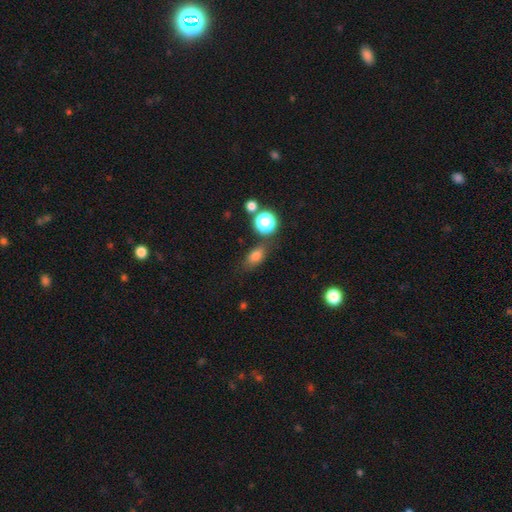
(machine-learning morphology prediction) Smooth or featured: smooth — 76% (star or artifact — 15%)
How rounded: in between — 75% (round — 21%)
Merging: none — 72% (minor disturbance — 17%)